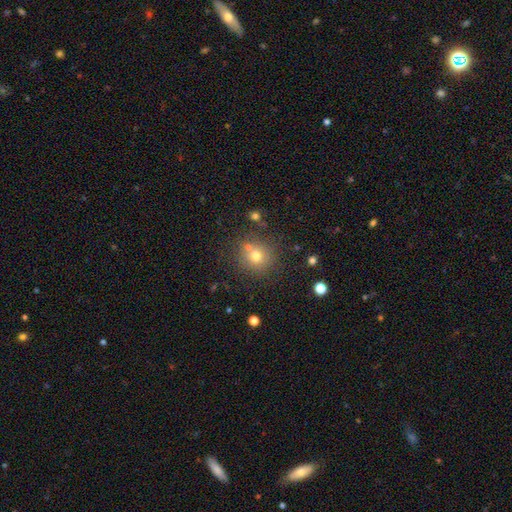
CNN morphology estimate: A smooth galaxy with no disk features (69%) that is round (90%).

Vote fractions:
- Smooth or featured? smooth: 69% / star or artifact: 19% / featured or disk: 12%
- How rounded? round: 90% / in between: 9% / cigar-shaped: 1%
- Merging? none: 72% / merger: 14% / minor disturbance: 10% / major disturbance: 3%